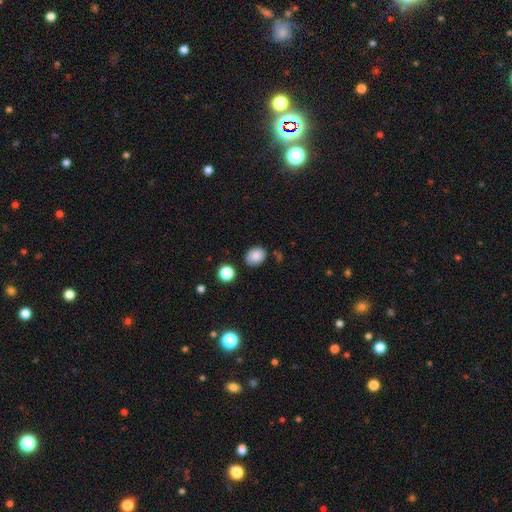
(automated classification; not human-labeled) This is clearly a smooth galaxy (86%). How rounded: possibly in between (57%). Merging: likely none (77%).